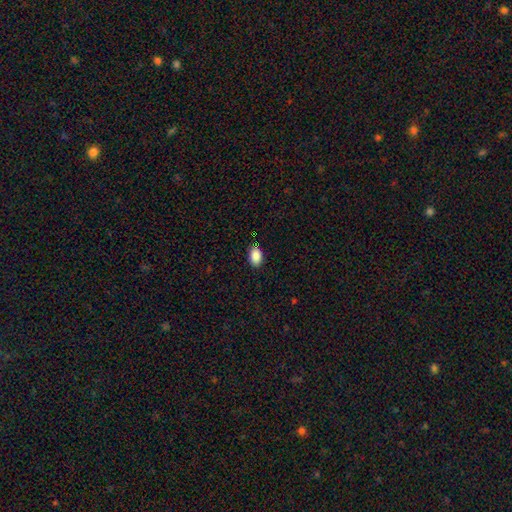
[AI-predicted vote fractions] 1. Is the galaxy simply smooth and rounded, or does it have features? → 88% smooth, 8% star or artifact, 4% featured or disk.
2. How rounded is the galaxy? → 83% in between, 16% round, 1% cigar-shaped.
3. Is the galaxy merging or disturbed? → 88% none, 9% minor disturbance, 2% major disturbance, 1% merger.